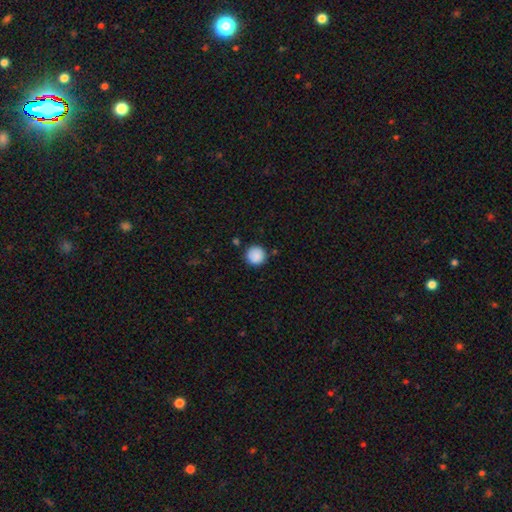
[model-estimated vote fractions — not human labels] The model was most divided on "merging": none: 85%, minor disturbance: 9%, merger: 3%, major disturbance: 2%. More confident: how rounded — round (95%); smooth or featured — smooth (88%).